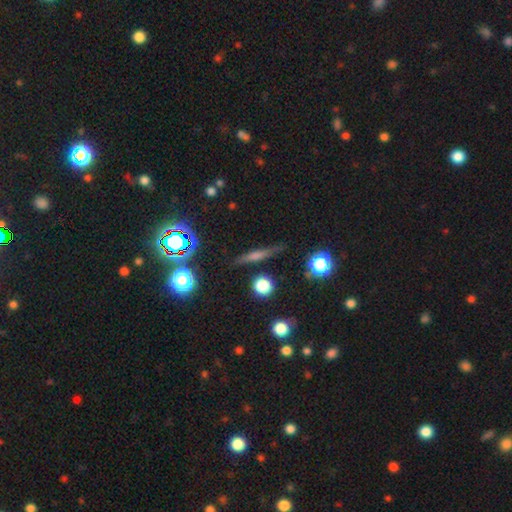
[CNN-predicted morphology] type=featured or disk (47%); merging=none (85%).